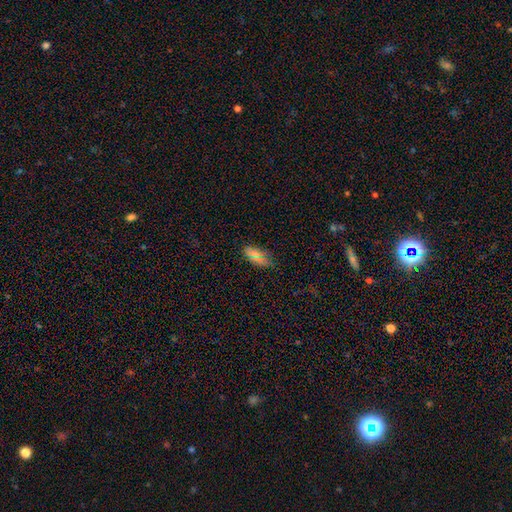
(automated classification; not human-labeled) Morphology: type=smooth (73%); roundness=in between (86%); merging=none (75%).